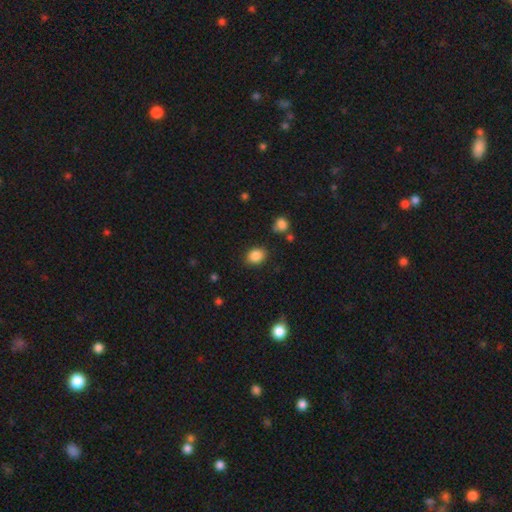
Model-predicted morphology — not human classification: This appears to be a smooth galaxy with no disk features (86%) that is in between round and cigar-shaped (56%). Merging: none (84%).